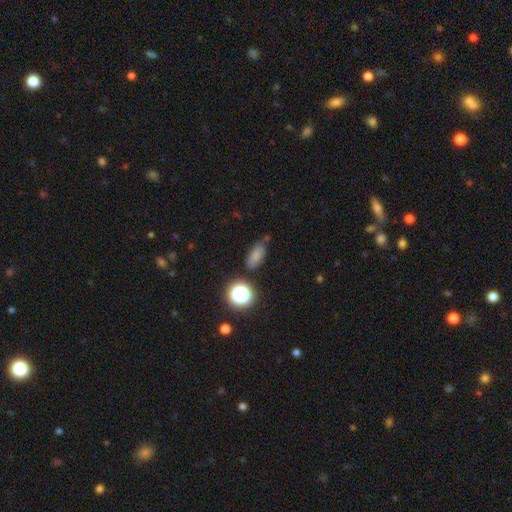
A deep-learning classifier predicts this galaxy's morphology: smooth 72%, star or artifact 18%, featured or disk 10%. Down the decision tree: how rounded — in between (81%); merging — none (61%).